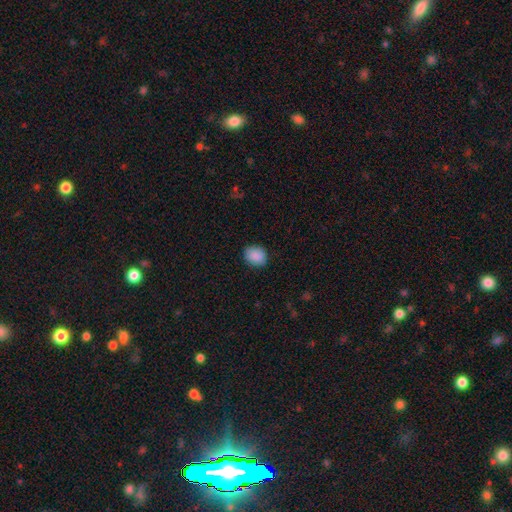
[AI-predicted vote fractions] This is clearly a smooth galaxy (89%). How rounded: possibly round (57%). Merging: clearly none (85%).